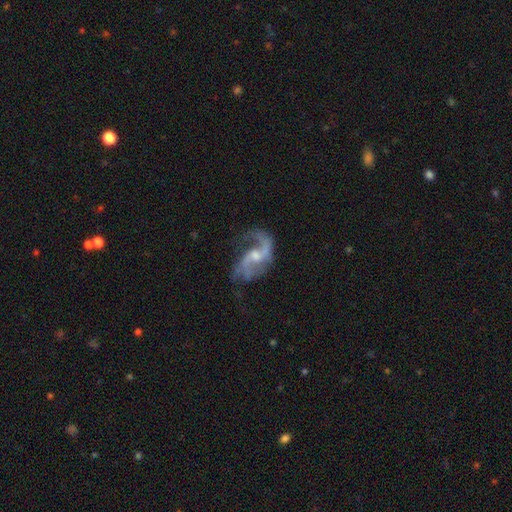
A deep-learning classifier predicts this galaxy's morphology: Smooth or featured: featured or disk — 87% (star or artifact — 6%)
Edge-on disk: no — 97% (yes — 3%)
Bar: weak — 47% (no — 41%)
Spiral arms: yes — 94% (no — 6%)
Spiral winding: loose — 67% (medium — 27%)
Spiral arm count: 2 — 81% (1 — 7%)
Bulge size: small — 47% (moderate — 41%)
Merging: none — 53% (major disturbance — 24%)